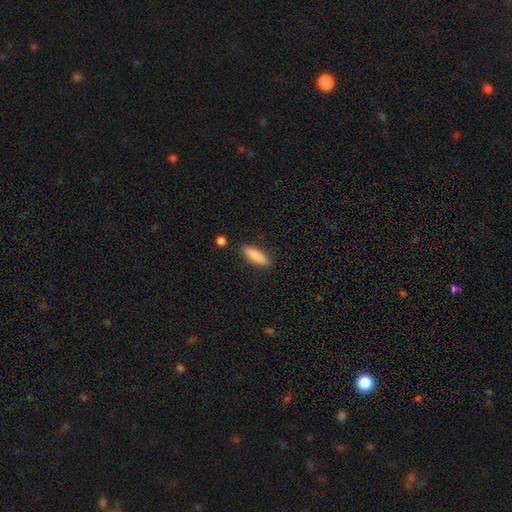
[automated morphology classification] A smooth galaxy with no disk features (85%) that is cigar-shaped (54%).

Vote fractions:
- Smooth or featured? smooth: 85% / featured or disk: 10% / star or artifact: 6%
- How rounded? cigar-shaped: 54% / in between: 44% / round: 2%
- Merging? none: 87% / minor disturbance: 9% / merger: 2% / major disturbance: 2%